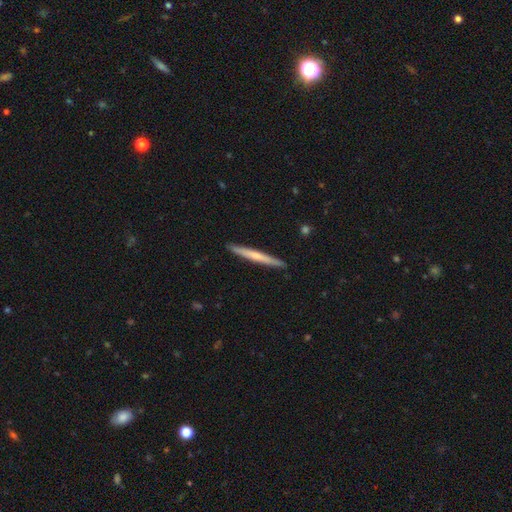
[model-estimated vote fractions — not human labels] The model was most divided on "smooth or featured": smooth: 48%, featured or disk: 47%, star or artifact: 5%. More confident: merging — none (92%).